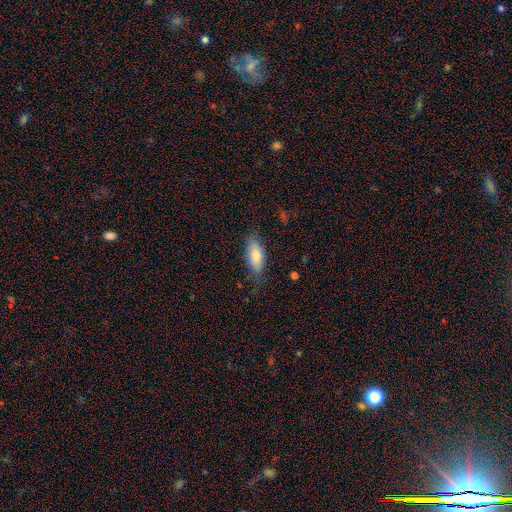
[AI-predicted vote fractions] Smooth or featured: smooth — 77% (featured or disk — 16%)
How rounded: in between — 83% (cigar-shaped — 15%)
Merging: none — 73% (minor disturbance — 21%)